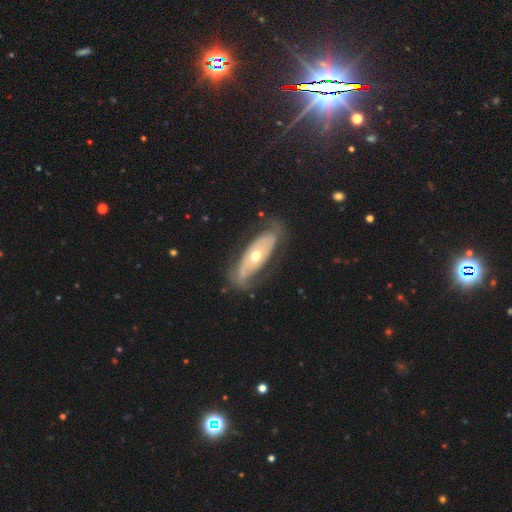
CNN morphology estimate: type=featured or disk (70%); edge-on=no (81%); bar=no (79%); spiral arms=yes (65%); bulge=moderate (59%); merging=none (67%).